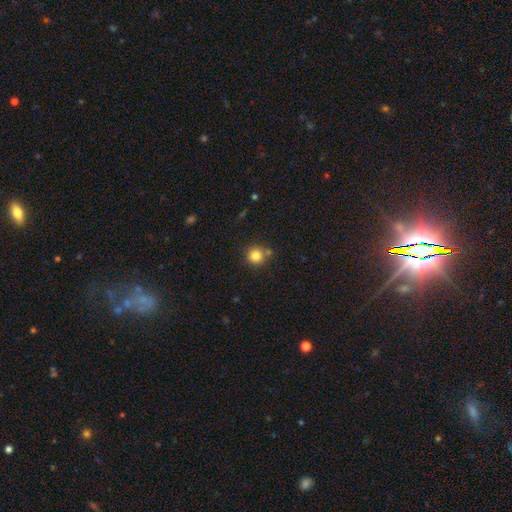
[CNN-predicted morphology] Q: Smooth or featured?
A: smooth (83%); runner-up: star or artifact (12%)
Q: How rounded?
A: round (94%); runner-up: in between (5%)
Q: Merging?
A: none (78%); runner-up: minor disturbance (10%)